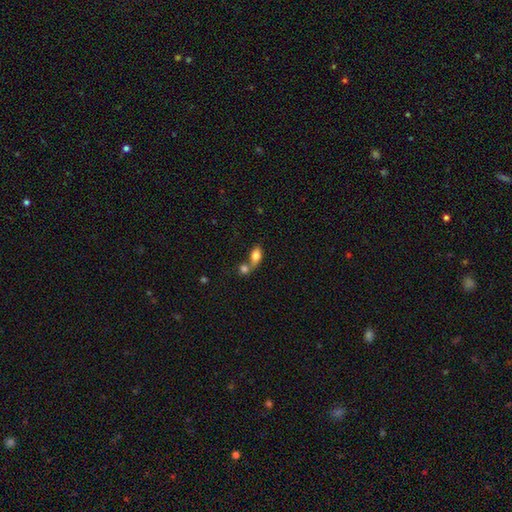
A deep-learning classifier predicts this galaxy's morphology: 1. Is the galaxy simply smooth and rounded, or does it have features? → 79% smooth, 12% featured or disk, 8% star or artifact.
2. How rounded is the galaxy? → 83% in between, 11% round, 6% cigar-shaped.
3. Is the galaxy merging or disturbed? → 58% merger, 28% none, 9% minor disturbance, 5% major disturbance.